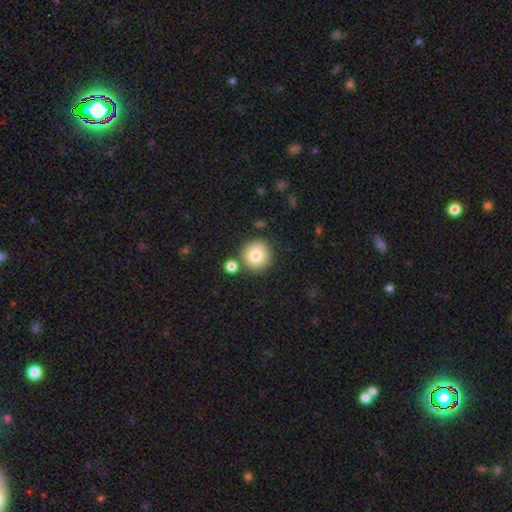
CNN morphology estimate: smooth_or_featured: smooth (p=0.80) [alt: featured or disk p=0.10]
how_rounded: round (p=0.94) [alt: in between p=0.05]
merging: none (p=0.79) [alt: merger p=0.10]